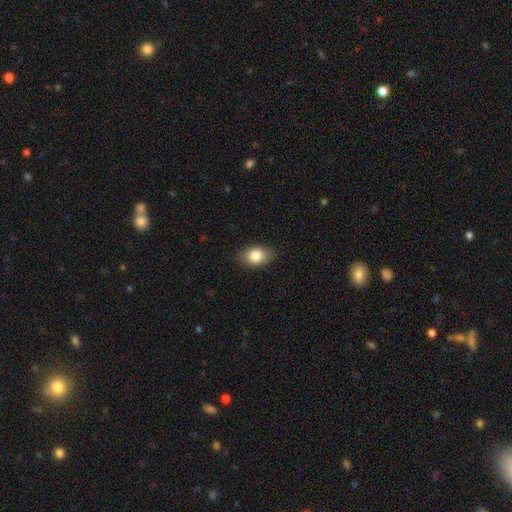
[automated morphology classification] smooth_or_featured: smooth (p=0.82) [alt: featured or disk p=0.10]
how_rounded: in between (p=0.81) [alt: round p=0.17]
merging: none (p=0.85) [alt: minor disturbance p=0.11]